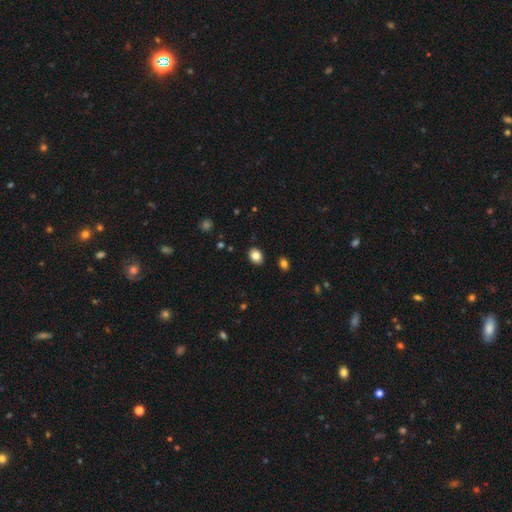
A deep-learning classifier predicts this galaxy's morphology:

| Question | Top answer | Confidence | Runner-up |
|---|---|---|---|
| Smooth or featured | smooth | 84% | star or artifact (9%) |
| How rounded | in between | 64% | round (35%) |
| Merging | none | 89% | minor disturbance (8%) |